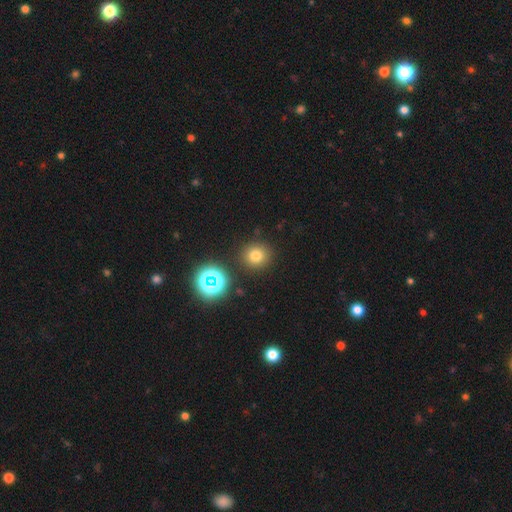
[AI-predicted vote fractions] Smooth or featured? Predicted: smooth (p=0.74). How rounded? Predicted: round (p=0.88). Merging? Predicted: none (p=0.87).